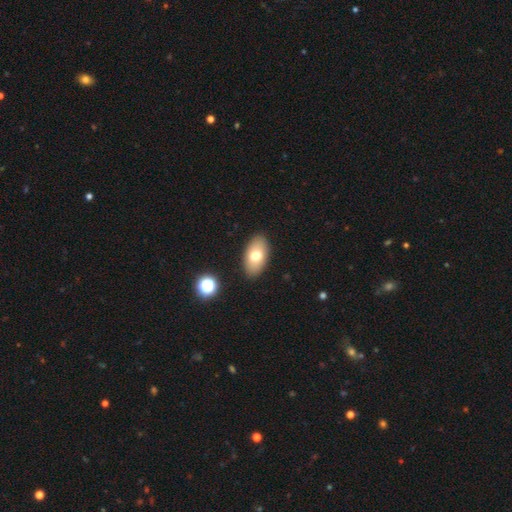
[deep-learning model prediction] Smooth or featured? smooth (71%)
How rounded? in between (92%)
Merging? none (88%)